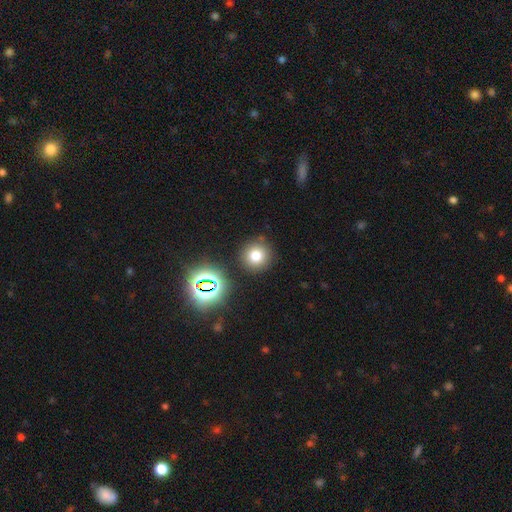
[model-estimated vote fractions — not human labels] smooth_or_featured: smooth (p=0.72) [alt: star or artifact p=0.19]
how_rounded: round (p=0.94) [alt: in between p=0.05]
merging: none (p=0.86) [alt: minor disturbance p=0.07]